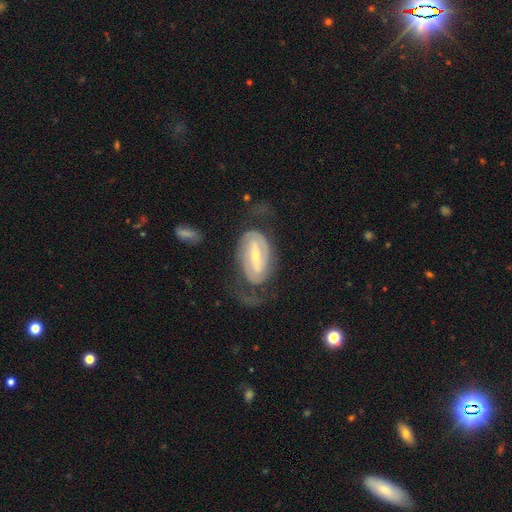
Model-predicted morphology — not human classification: A featured or disk galaxy (83%) with a strong bar (55%), 2 (74%) tight (46%) spiral arms (88%) and a small central bulge (60%).

Vote fractions:
- Smooth or featured? featured or disk: 83% / smooth: 12% / star or artifact: 5%
- Edge-on disk? no: 94% / yes: 6%
- Bar? strong: 55% / weak: 33% / no: 11%
- Spiral arms? yes: 88% / no: 12%
- Spiral winding? tight: 46% / medium: 36% / loose: 18%
- Spiral arm count? 2: 74% / can't tell: 15% / 1: 6% / 3: 3% / 4: 1% / more than 4: 1%
- Bulge size? small: 60% / moderate: 35% / large: 2% / none: 2% / dominant: 1%
- Merging? none: 56% / major disturbance: 24% / minor disturbance: 19% / merger: 2%